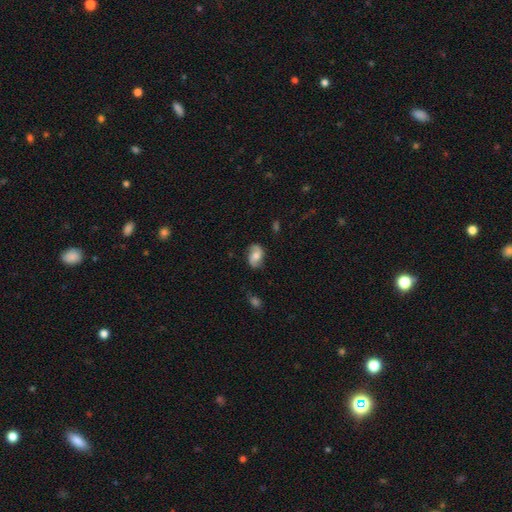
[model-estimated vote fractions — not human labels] Overall: featured or disk (56%; smooth 36%). Edge-on disk: no (96%). Bar: no (60%; weak 33%). Spiral arms: yes (90%). Bulge size: moderate (57%; small 20%). Merging: none (76%).